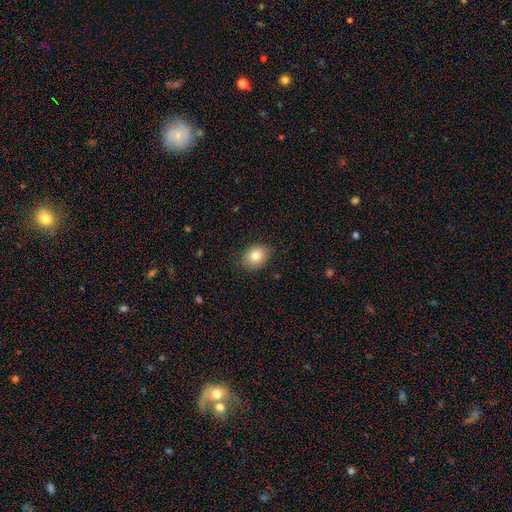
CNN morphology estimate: Q: Smooth or featured?
A: smooth (83%); runner-up: star or artifact (9%)
Q: How rounded?
A: in between (53%); runner-up: round (46%)
Q: Merging?
A: none (84%); runner-up: minor disturbance (12%)